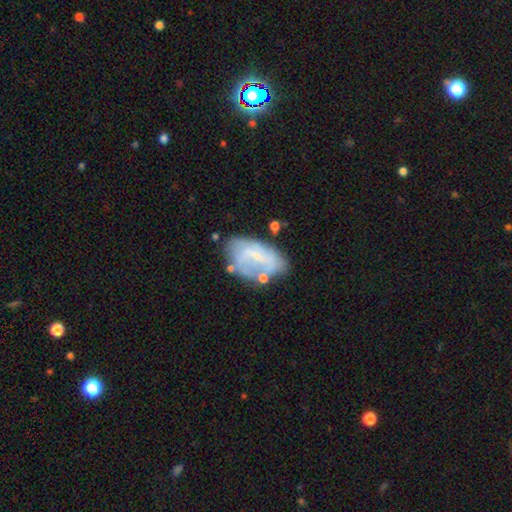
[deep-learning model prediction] A featured or disk galaxy (56%) with no bar (51%), no spiral arms (56%) and a small central bulge (61%).

Vote fractions:
- Smooth or featured? featured or disk: 56% / smooth: 35% / star or artifact: 9%
- Edge-on disk? no: 96% / yes: 4%
- Bar? no: 51% / weak: 36% / strong: 12%
- Spiral arms? no: 56% / yes: 44%
- Bulge size? small: 61% / none: 24% / moderate: 13% / large: 1% / dominant: 1%
- Merging? none: 48% / minor disturbance: 27% / major disturbance: 15% / merger: 10%